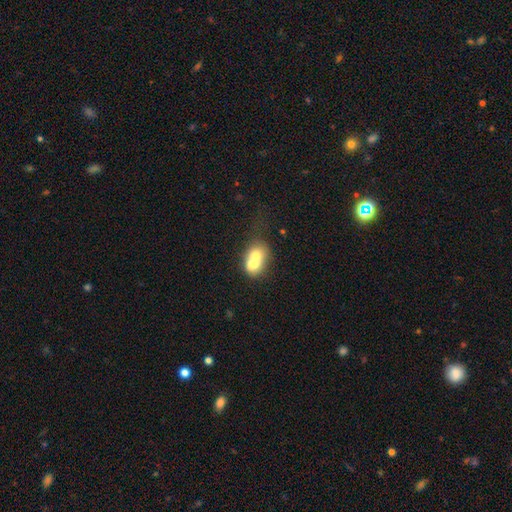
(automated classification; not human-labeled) Smooth or featured? Predicted: smooth (p=0.64). How rounded? Predicted: round (p=0.50). Merging? Predicted: merger (p=0.74).